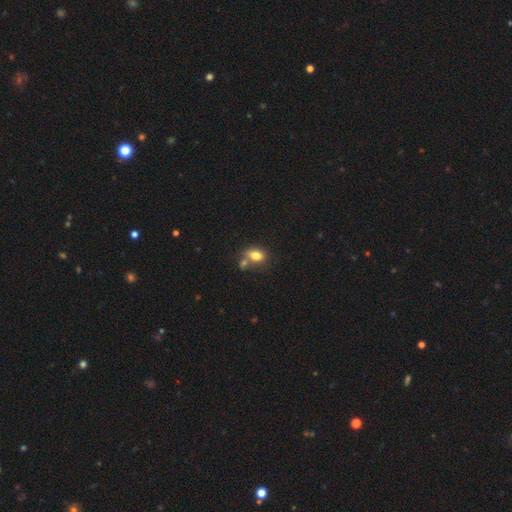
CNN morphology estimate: The model was most divided on "merging": none: 47%, merger: 34%, minor disturbance: 14%, major disturbance: 5%. More confident: smooth or featured — smooth (80%); how rounded — in between (75%).